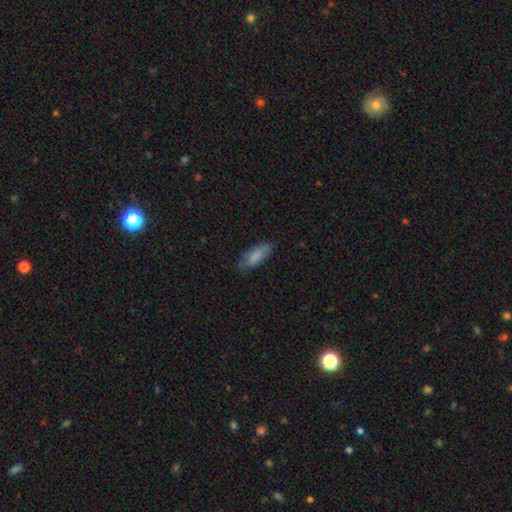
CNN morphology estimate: This is likely a smooth galaxy (79%). How rounded: likely in between (74%). Merging: likely none (72%).